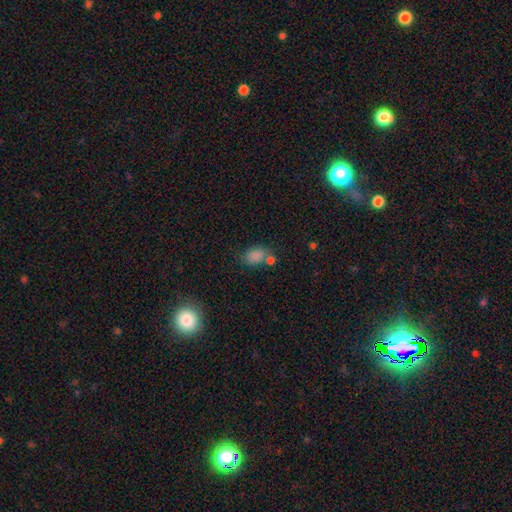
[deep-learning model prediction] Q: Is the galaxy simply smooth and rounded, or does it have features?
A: smooth — 82%.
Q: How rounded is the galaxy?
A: in between — 77%.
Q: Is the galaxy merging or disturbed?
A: none — 59%.